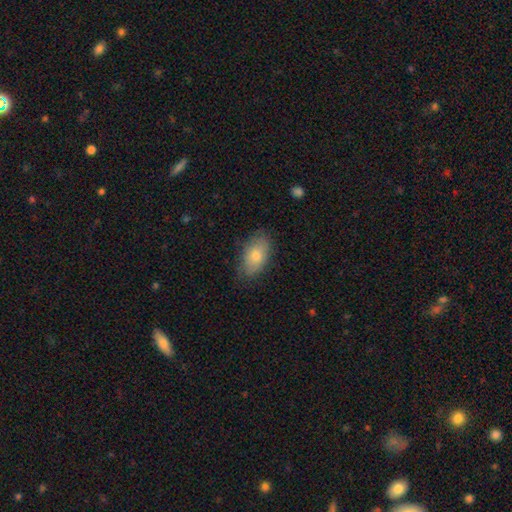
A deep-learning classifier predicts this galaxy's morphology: A smooth galaxy with no disk features (76%) that is in between round and cigar-shaped (92%). Merging: none (80%).